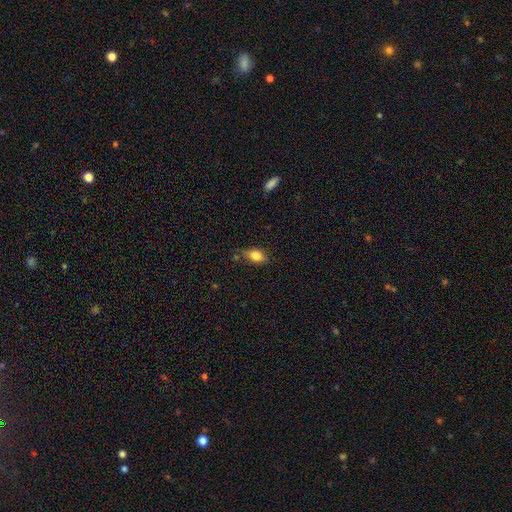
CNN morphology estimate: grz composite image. It shows a smooth galaxy with no disk features (82%) that is in between round and cigar-shaped (84%). Merging: none (66%).